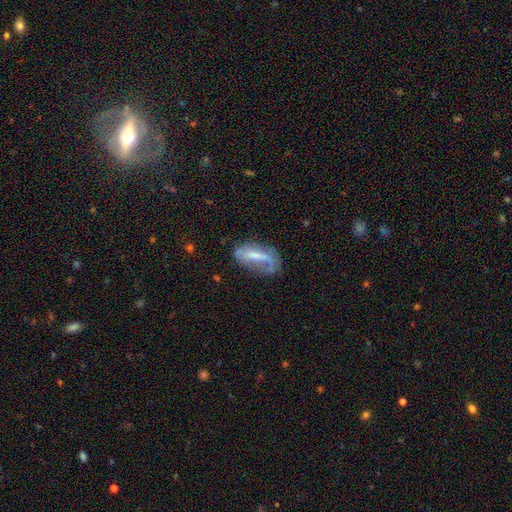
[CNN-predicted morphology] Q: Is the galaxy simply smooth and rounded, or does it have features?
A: featured or disk — 46%.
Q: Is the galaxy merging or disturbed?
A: none — 45%.